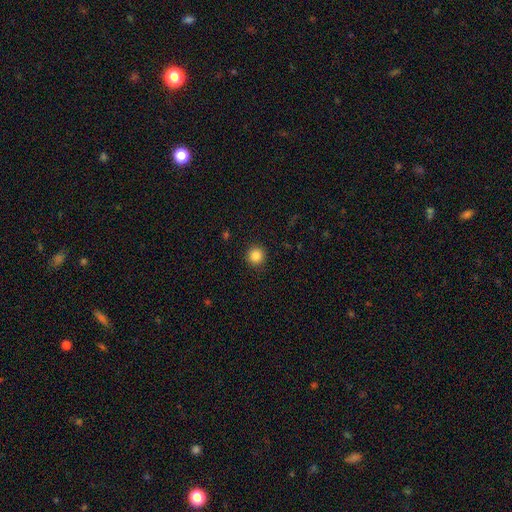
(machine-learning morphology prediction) Smooth or featured: smooth — 85% (star or artifact — 11%)
How rounded: round — 94% (in between — 5%)
Merging: none — 92% (minor disturbance — 5%)